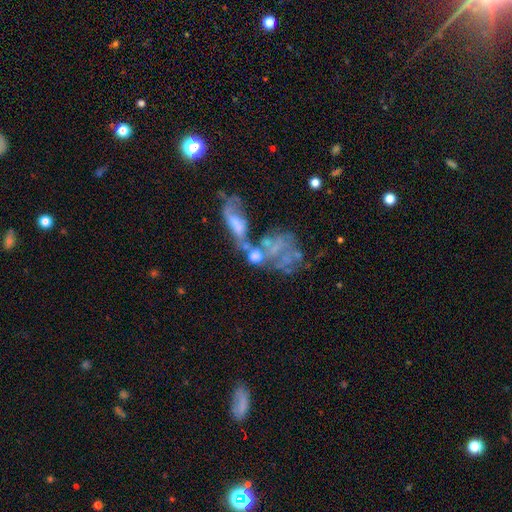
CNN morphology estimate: Overall: featured or disk (44%; smooth 42%). Merging: merger (57%; major disturbance 18%).